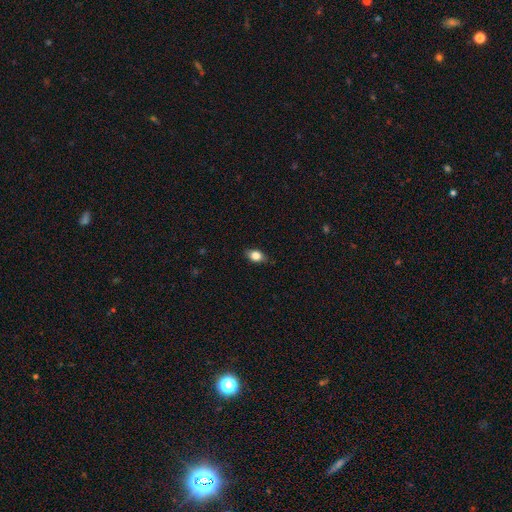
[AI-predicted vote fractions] smooth-or-featured: smooth: 82% | featured or disk: 10% | star or artifact: 9%
  how-rounded: in between: 81% | round: 17% | cigar-shaped: 3%
  merging: none: 81% | minor disturbance: 15% | major disturbance: 3% | merger: 1%